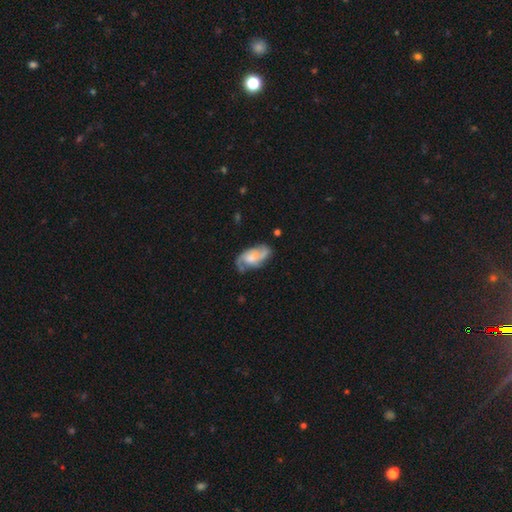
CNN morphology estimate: Smooth or featured? featured or disk (74%)
Edge-on disk? no (96%)
Bar? no (58%)
Spiral arms? yes (94%)
Spiral winding? medium (47%)
Spiral arm count? 2 (69%)
Bulge size? moderate (34%)
Merging? none (67%)